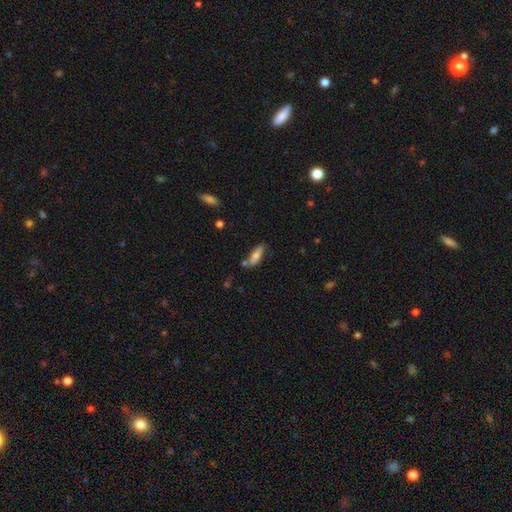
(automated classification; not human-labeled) The model was most divided on "how rounded": in between: 52%, cigar-shaped: 45%, round: 2%. More confident: smooth or featured — smooth (70%); merging — none (67%).